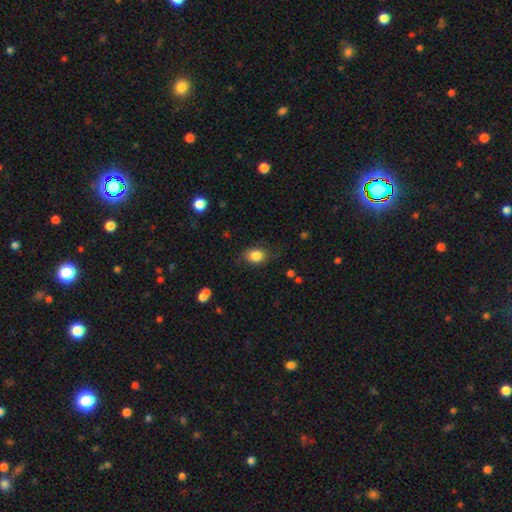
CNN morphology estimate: Smooth or featured?
  - smooth: 84% *
  - star or artifact: 9%
  - featured or disk: 7%
How rounded?
  - in between: 65% *
  - round: 34%
  - cigar-shaped: 1%
Merging?
  - none: 75% *
  - minor disturbance: 19%
  - major disturbance: 5%
  - merger: 2%